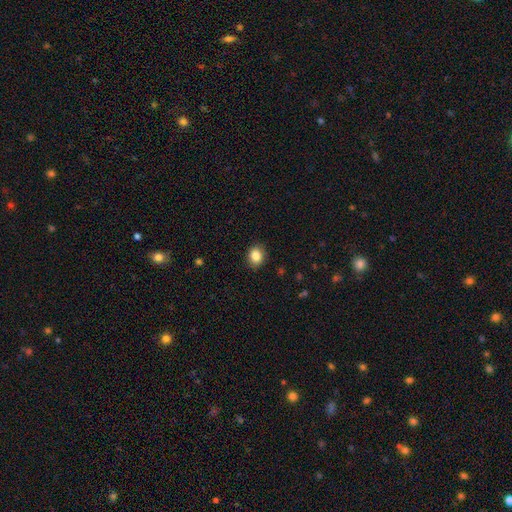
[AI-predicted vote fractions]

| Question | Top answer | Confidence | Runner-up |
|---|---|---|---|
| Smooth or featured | smooth | 86% | star or artifact (9%) |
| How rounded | round | 56% | in between (43%) |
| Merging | none | 89% | minor disturbance (8%) |